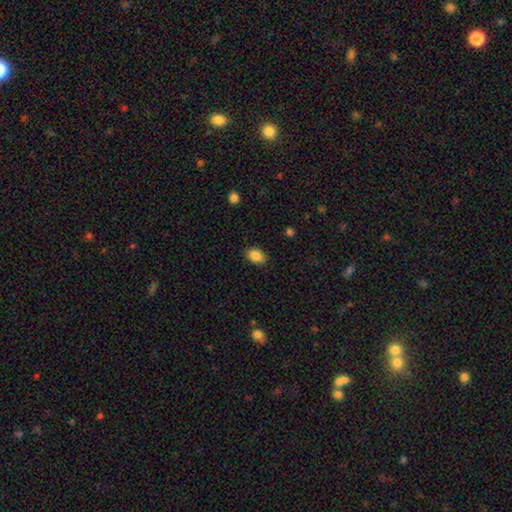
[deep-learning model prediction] Smooth or featured?
  - smooth: 86% *
  - star or artifact: 8%
  - featured or disk: 5%
How rounded?
  - in between: 83% *
  - round: 15%
  - cigar-shaped: 1%
Merging?
  - none: 84% *
  - minor disturbance: 12%
  - major disturbance: 3%
  - merger: 1%